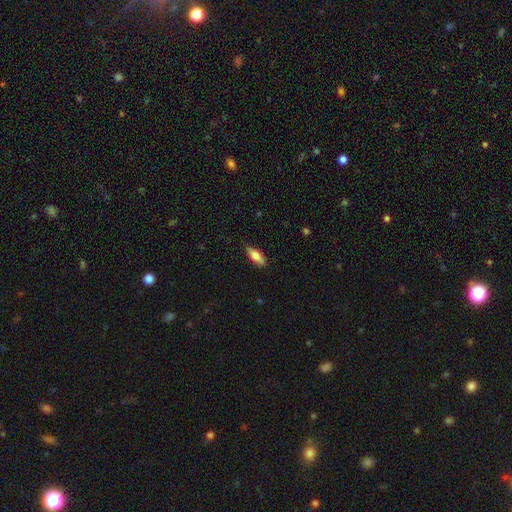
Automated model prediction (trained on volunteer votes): Smooth or featured?
  - smooth: 73% *
  - featured or disk: 20%
  - star or artifact: 6%
How rounded?
  - in between: 70% *
  - cigar-shaped: 28%
  - round: 2%
Merging?
  - none: 82% *
  - minor disturbance: 15%
  - major disturbance: 2%
  - merger: 1%